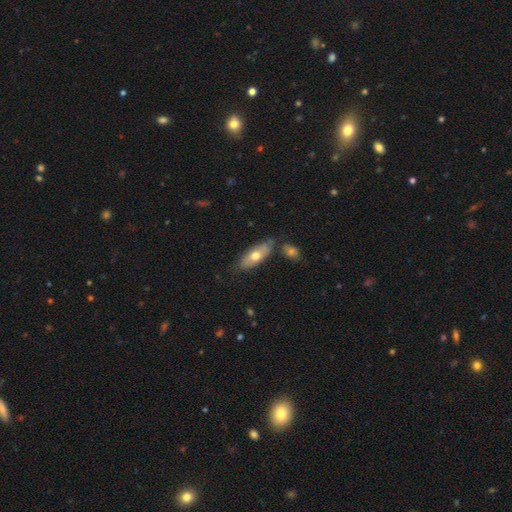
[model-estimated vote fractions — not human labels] This is likely a smooth galaxy (60%). How rounded: likely in between (75%). Merging: likely none (67%).